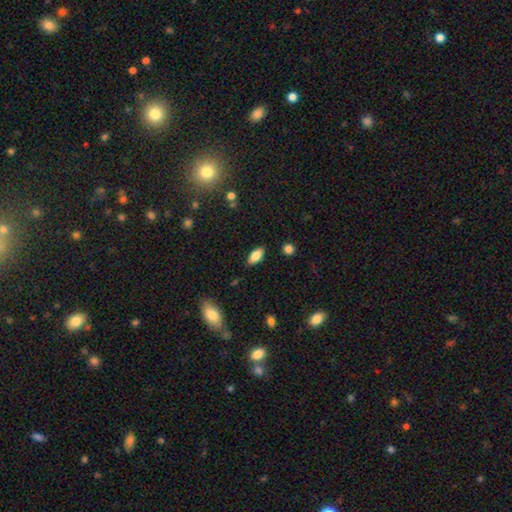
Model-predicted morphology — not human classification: Overall: smooth (79%). How rounded: in between (87%). Merging: none (86%).